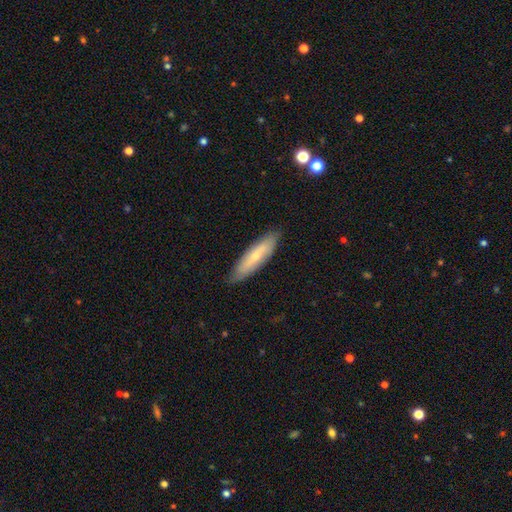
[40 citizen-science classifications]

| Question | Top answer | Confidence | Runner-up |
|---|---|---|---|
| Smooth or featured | smooth | 62% | featured or disk (35%) |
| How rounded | cigar-shaped | 72% | in between (28%) |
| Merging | none | 79% | minor disturbance (18%) |